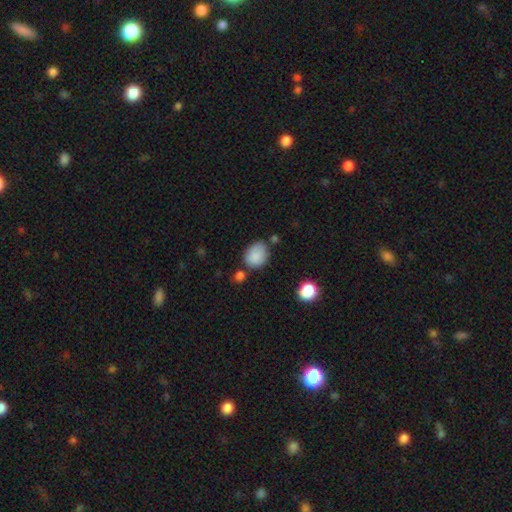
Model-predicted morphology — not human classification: Q: Smooth or featured?
A: smooth (86%); runner-up: star or artifact (9%)
Q: How rounded?
A: round (53%); runner-up: in between (46%)
Q: Merging?
A: none (62%); runner-up: minor disturbance (23%)